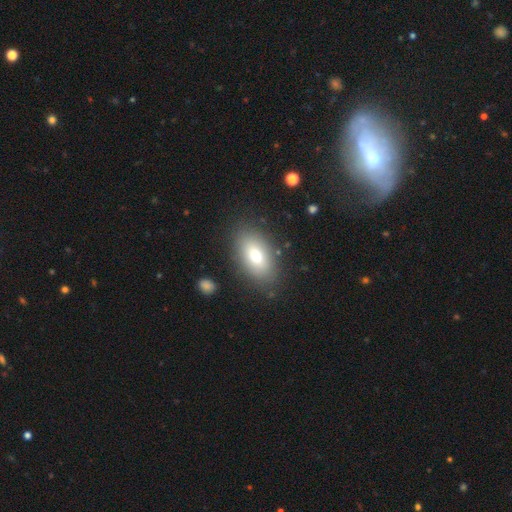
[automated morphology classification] A smooth galaxy with no disk features (74%) that is in between round and cigar-shaped (90%).

Vote fractions:
- Smooth or featured? smooth: 74% / featured or disk: 17% / star or artifact: 9%
- How rounded? in between: 90% / round: 6% / cigar-shaped: 3%
- Merging? none: 84% / minor disturbance: 10% / major disturbance: 4% / merger: 2%